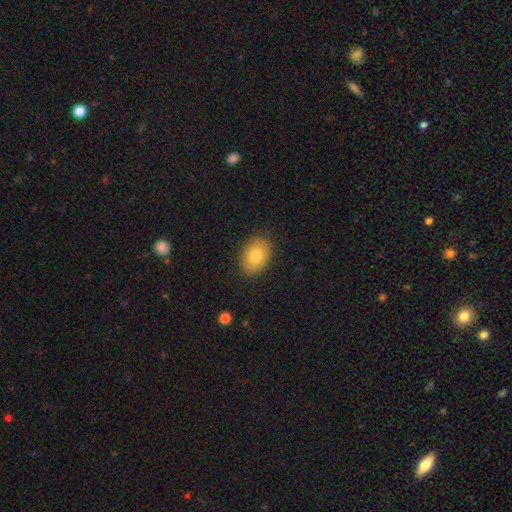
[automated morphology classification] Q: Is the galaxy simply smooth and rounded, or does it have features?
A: smooth — 78%.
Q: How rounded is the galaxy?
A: in between — 79%.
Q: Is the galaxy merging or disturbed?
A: none — 87%.